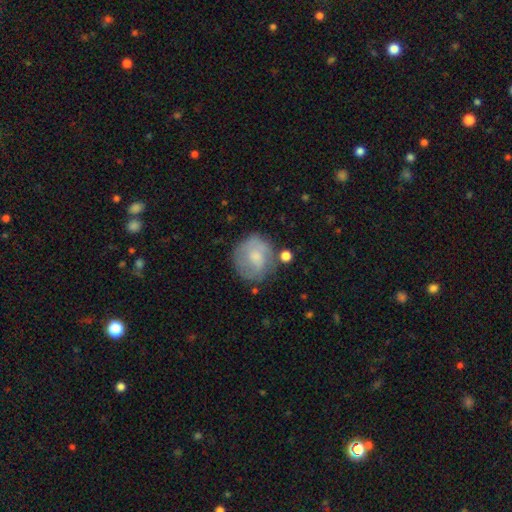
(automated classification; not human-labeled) The model was most divided on "smooth or featured": smooth: 53%, featured or disk: 39%, star or artifact: 7%. More confident: how rounded — round (81%); merging — none (62%).